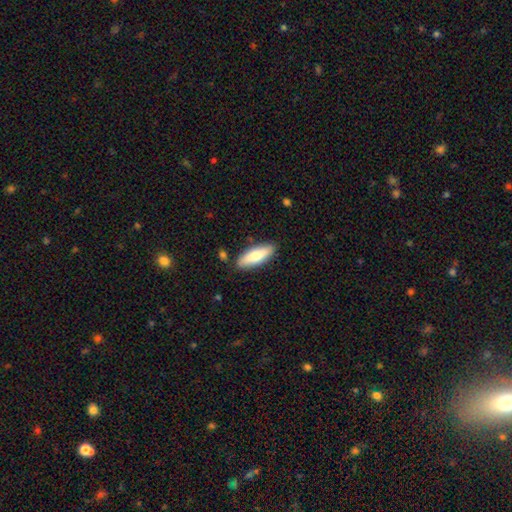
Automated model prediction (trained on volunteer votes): Q: Smooth or featured?
A: smooth (73%); runner-up: featured or disk (22%)
Q: How rounded?
A: in between (51%); runner-up: cigar-shaped (47%)
Q: Merging?
A: none (85%); runner-up: minor disturbance (11%)